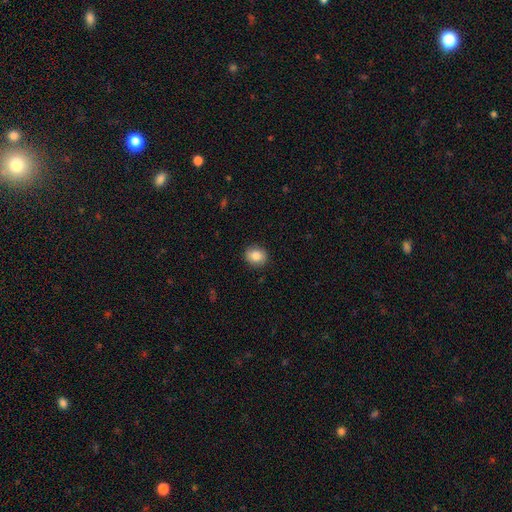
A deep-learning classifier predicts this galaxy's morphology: The model was most divided on "how rounded": round: 58%, in between: 41%, cigar-shaped: 1%. More confident: merging — none (88%); smooth or featured — smooth (86%).